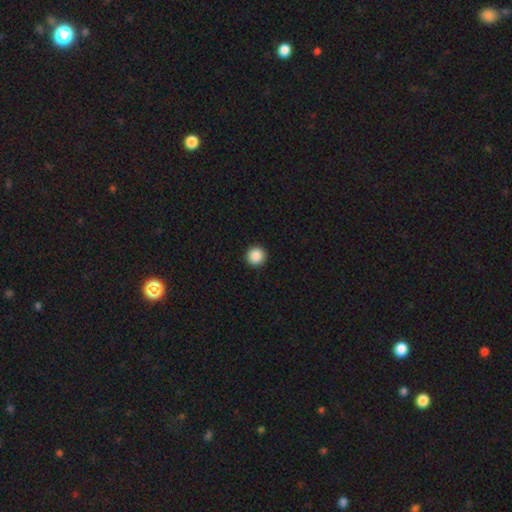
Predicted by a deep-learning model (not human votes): Q: Smooth or featured?
A: smooth (88%); runner-up: star or artifact (9%)
Q: How rounded?
A: round (96%); runner-up: in between (3%)
Q: Merging?
A: none (94%); runner-up: minor disturbance (4%)